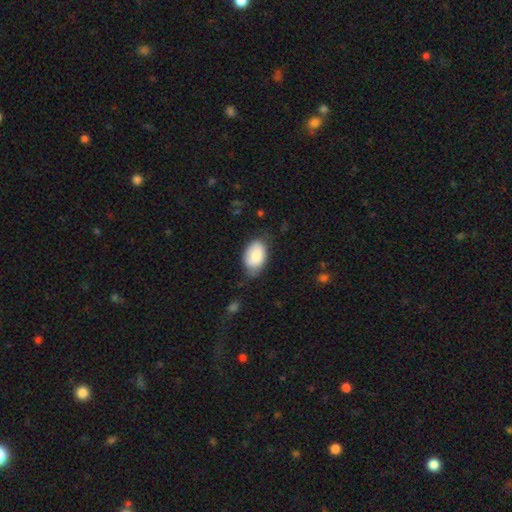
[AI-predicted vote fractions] smooth-or-featured: smooth: 84% | featured or disk: 10% | star or artifact: 6%
  how-rounded: in between: 91% | round: 7% | cigar-shaped: 1%
  merging: none: 61% | minor disturbance: 30% | major disturbance: 7% | merger: 2%